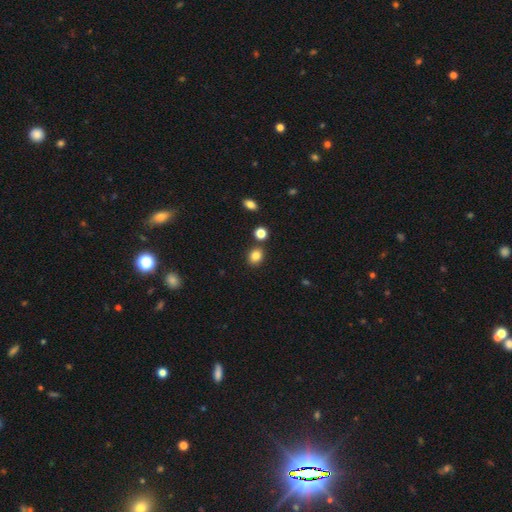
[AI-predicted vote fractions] A smooth galaxy with no disk features (83%) that is round (55%). Merging: none (82%).